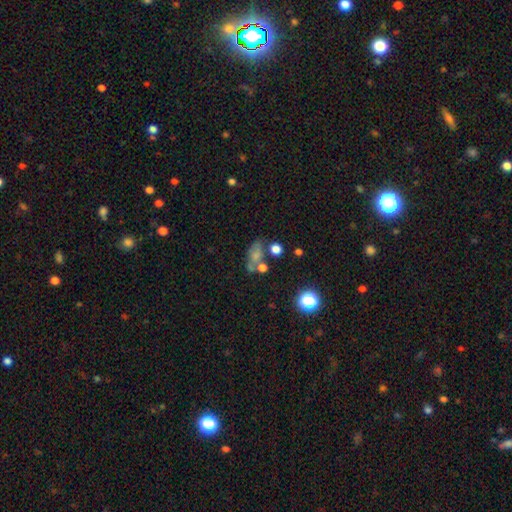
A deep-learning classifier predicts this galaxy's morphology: Overall: smooth (57%; featured or disk 25%). How rounded: in between (72%). Merging: none (43%; merger 25%).